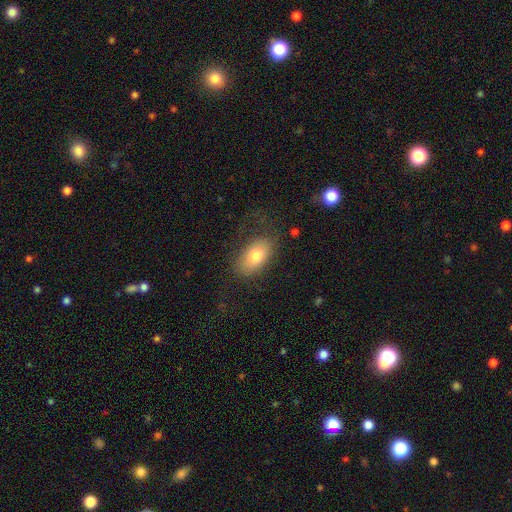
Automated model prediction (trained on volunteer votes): smooth 75%, featured or disk 16%, star or artifact 8%. Down the decision tree: how rounded — in between (91%); merging — none (71%).